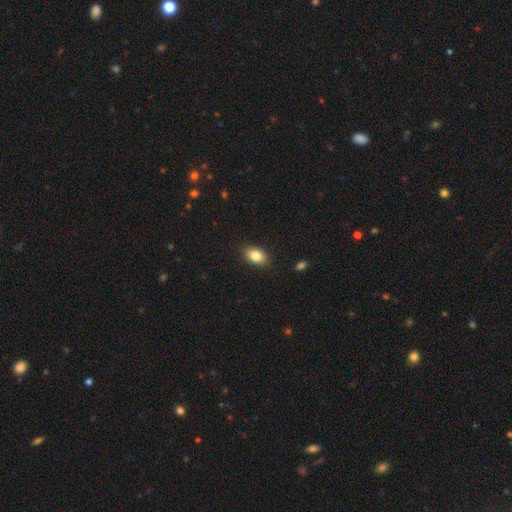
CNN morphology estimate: Q: Smooth or featured?
A: smooth (84%); runner-up: star or artifact (8%)
Q: How rounded?
A: in between (86%); runner-up: round (12%)
Q: Merging?
A: none (87%); runner-up: minor disturbance (9%)